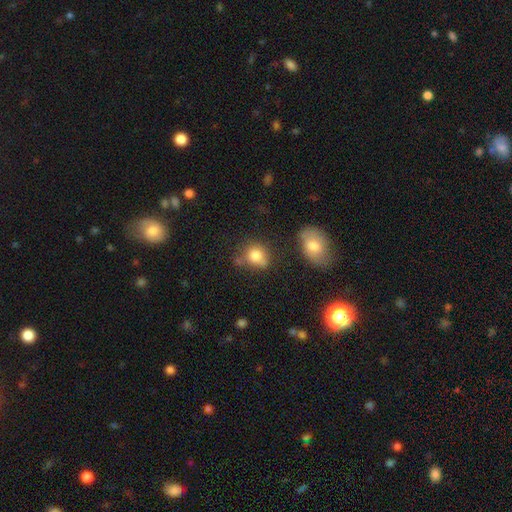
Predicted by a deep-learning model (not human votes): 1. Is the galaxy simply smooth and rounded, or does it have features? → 80% smooth, 10% featured or disk, 10% star or artifact.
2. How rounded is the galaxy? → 61% round, 37% in between, 1% cigar-shaped.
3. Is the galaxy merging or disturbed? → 52% none, 23% minor disturbance, 16% merger, 9% major disturbance.